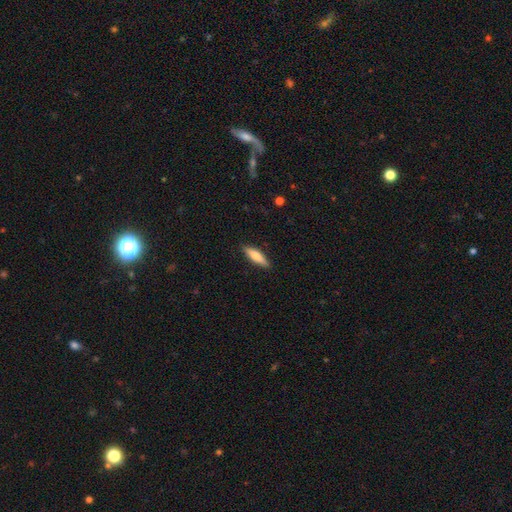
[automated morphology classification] Overall: smooth (67%; featured or disk 28%). How rounded: cigar-shaped (64%; in between 34%). Merging: none (88%).